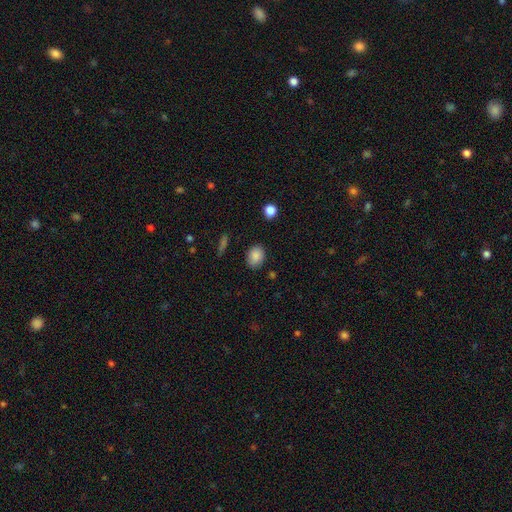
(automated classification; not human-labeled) Overall: smooth (86%). How rounded: in between (65%; round 34%). Merging: none (83%).